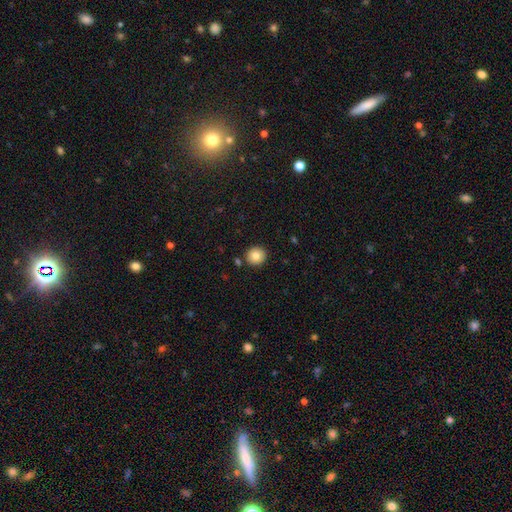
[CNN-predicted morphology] A smooth galaxy with no disk features (82%) that is round (93%). Merging: none (89%).